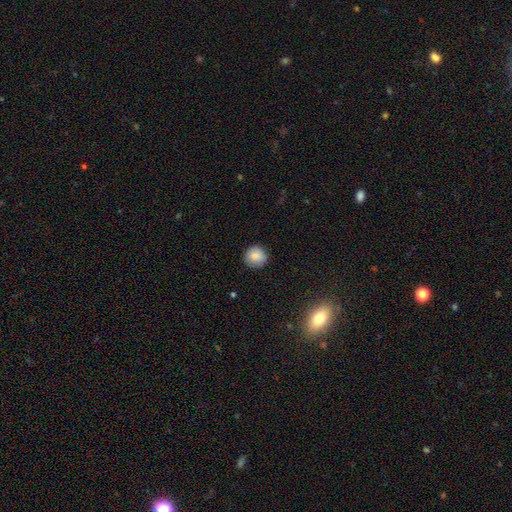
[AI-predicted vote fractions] smooth 86%, star or artifact 9%, featured or disk 5%. Down the decision tree: how rounded — round (93%); merging — none (88%).